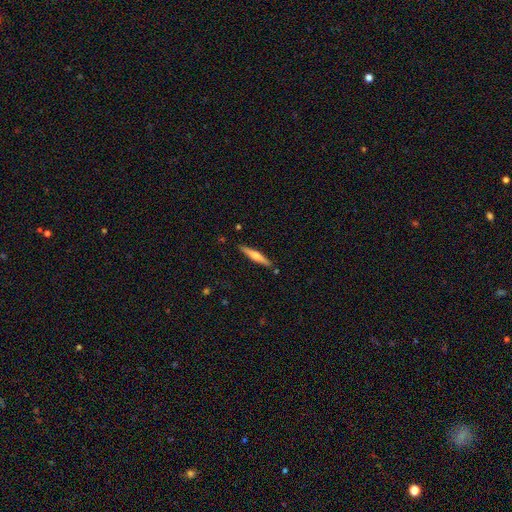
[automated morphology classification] Smooth or featured? Predicted: featured or disk (p=0.52). Edge-on disk? Predicted: yes (p=0.97). Edge-on bulge? Predicted: rounded (p=0.76). Merging? Predicted: none (p=0.88).